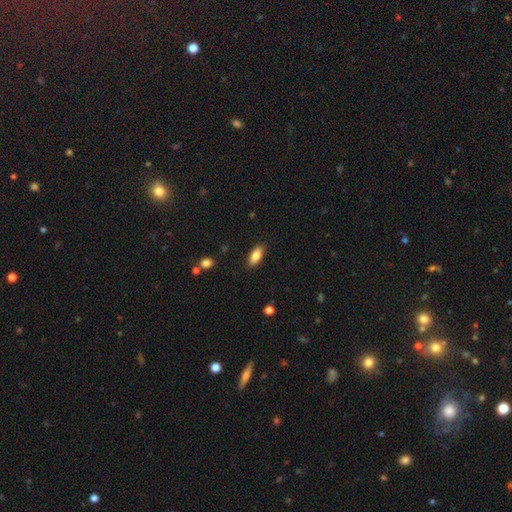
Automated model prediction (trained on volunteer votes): A smooth galaxy with no disk features (82%) that is in between round and cigar-shaped (84%).

Vote fractions:
- Smooth or featured? smooth: 82% / featured or disk: 11% / star or artifact: 7%
- How rounded? in between: 84% / cigar-shaped: 13% / round: 3%
- Merging? none: 85% / minor disturbance: 11% / major disturbance: 2% / merger: 1%